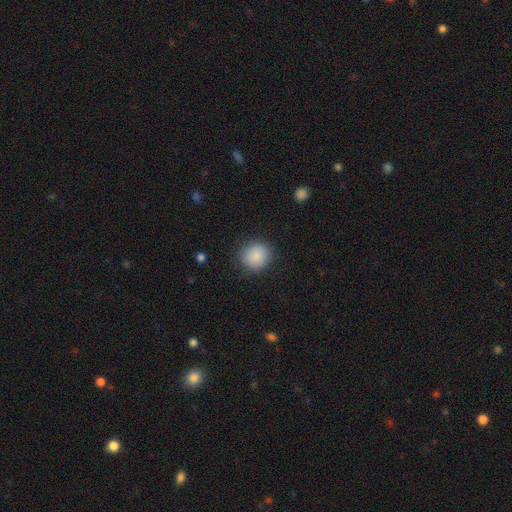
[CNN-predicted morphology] type=smooth (87%); roundness=round (84%); merging=none (86%).